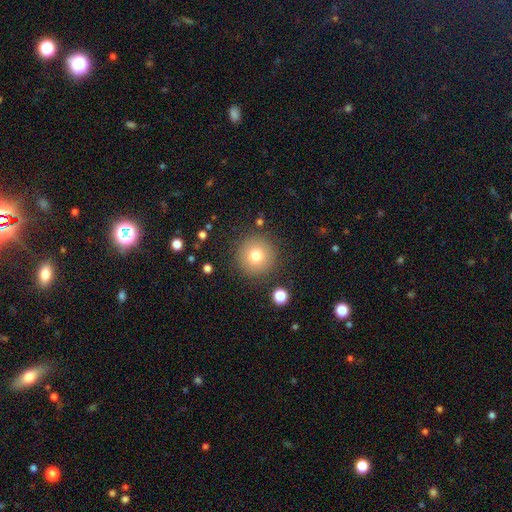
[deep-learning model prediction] smooth-or-featured: smooth: 77% | featured or disk: 12% | star or artifact: 11%
  how-rounded: round: 96% | in between: 3% | cigar-shaped: 1%
  merging: none: 88% | minor disturbance: 7% | major disturbance: 3% | merger: 2%